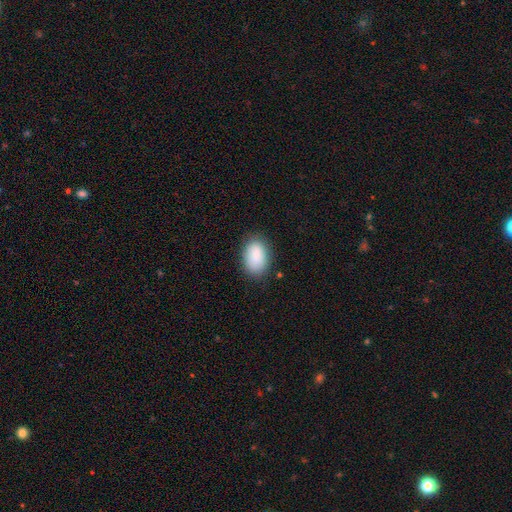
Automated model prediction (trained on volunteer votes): Smooth or featured: smooth — 89% (star or artifact — 7%)
How rounded: in between — 91% (round — 8%)
Merging: none — 82% (minor disturbance — 14%)